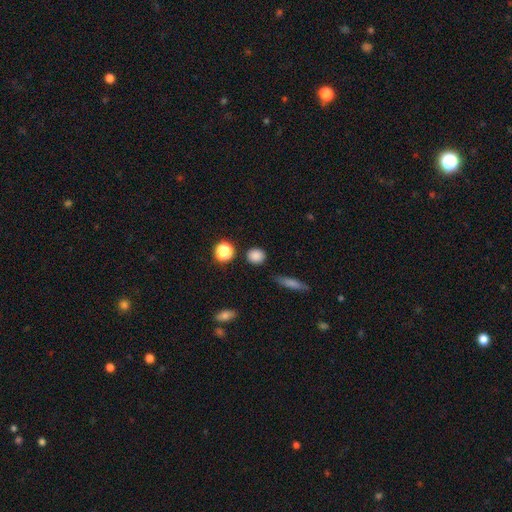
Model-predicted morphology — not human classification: A smooth galaxy with no disk features (84%) that is round (83%).

Vote fractions:
- Smooth or featured? smooth: 84% / star or artifact: 11% / featured or disk: 4%
- How rounded? round: 83% / in between: 14% / cigar-shaped: 2%
- Merging? none: 86% / minor disturbance: 9% / merger: 3% / major disturbance: 3%